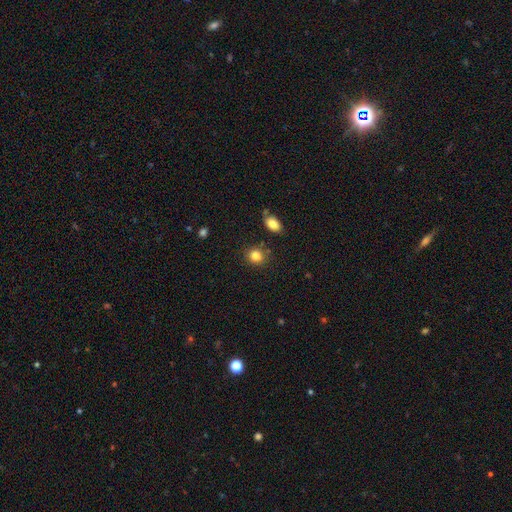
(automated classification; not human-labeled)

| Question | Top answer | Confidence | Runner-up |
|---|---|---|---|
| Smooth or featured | smooth | 85% | star or artifact (10%) |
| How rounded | round | 76% | in between (23%) |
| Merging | none | 83% | minor disturbance (10%) |